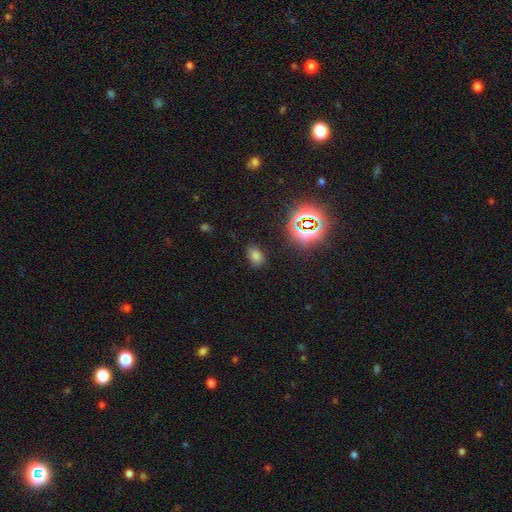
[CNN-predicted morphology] Smooth or featured? smooth (68%)
How rounded? in between (78%)
Merging? none (81%)